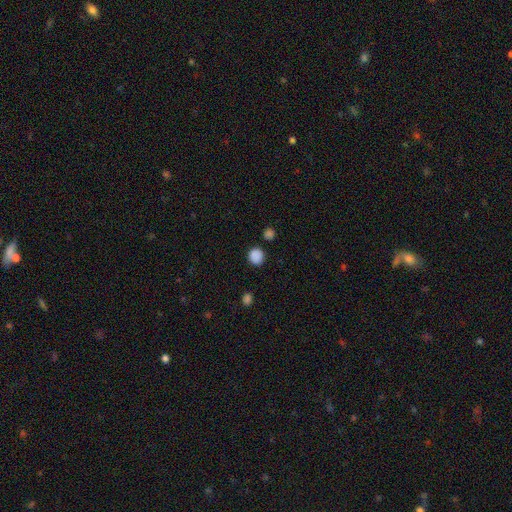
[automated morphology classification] Smooth or featured?
  - smooth: 86% *
  - star or artifact: 11%
  - featured or disk: 3%
How rounded?
  - round: 83% *
  - in between: 16%
  - cigar-shaped: 1%
Merging?
  - none: 83% *
  - minor disturbance: 10%
  - merger: 4%
  - major disturbance: 3%